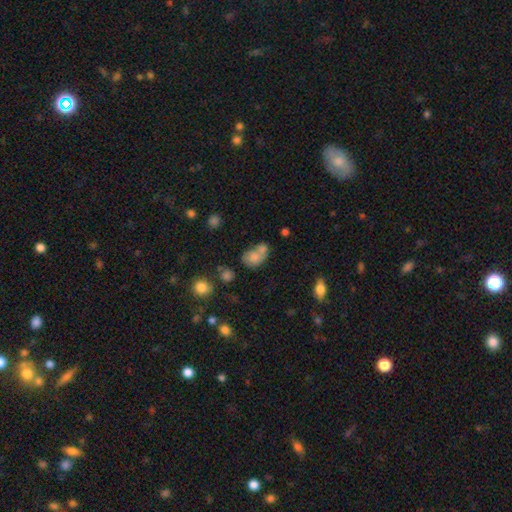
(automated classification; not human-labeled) This is likely a smooth galaxy (72%). How rounded: likely in between (63%). Merging: possibly merger (51%).